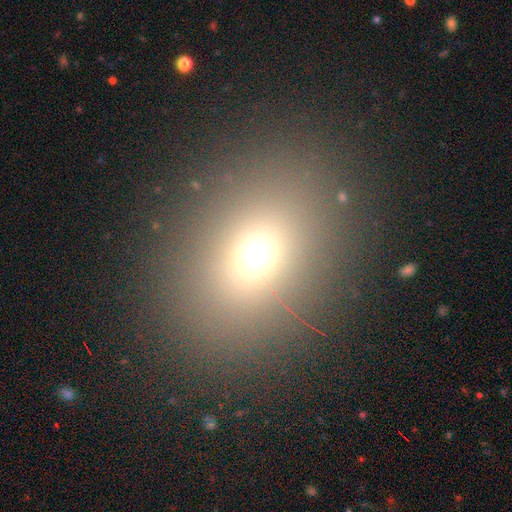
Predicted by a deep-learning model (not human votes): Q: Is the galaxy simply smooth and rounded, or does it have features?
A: smooth — 67%.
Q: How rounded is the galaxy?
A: in between — 54%.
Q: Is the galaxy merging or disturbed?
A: none — 87%.